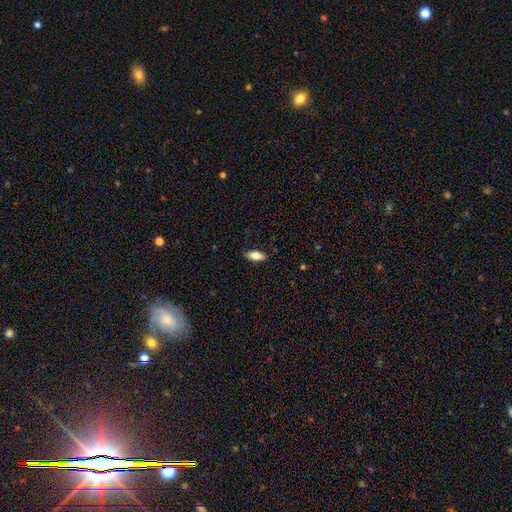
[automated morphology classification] A smooth galaxy with no disk features (81%) that is in between round and cigar-shaped (80%). Merging: none (88%).